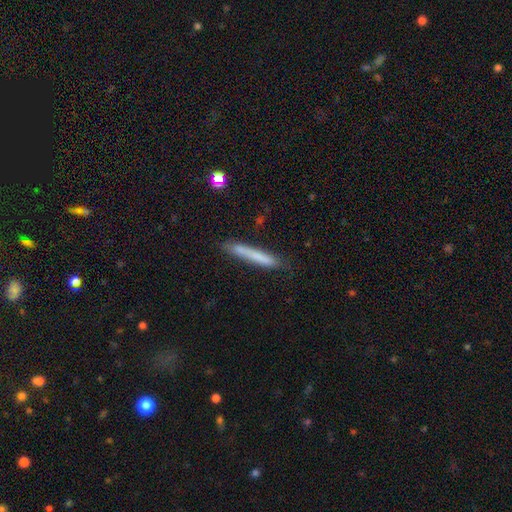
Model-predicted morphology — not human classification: smooth 70%, featured or disk 23%, star or artifact 7%. Down the decision tree: how rounded — cigar-shaped (95%); merging — none (78%).